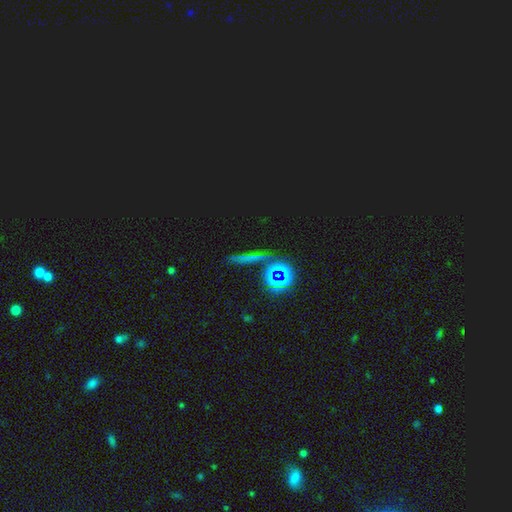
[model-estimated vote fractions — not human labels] Overall: star or artifact (60%; smooth 27%).